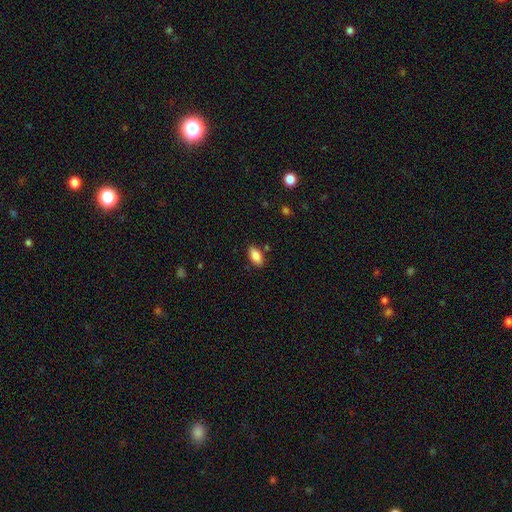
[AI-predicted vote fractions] The model was most divided on "merging": none: 83%, minor disturbance: 11%, merger: 3%, major disturbance: 2%. More confident: how rounded — in between (91%); smooth or featured — smooth (86%).